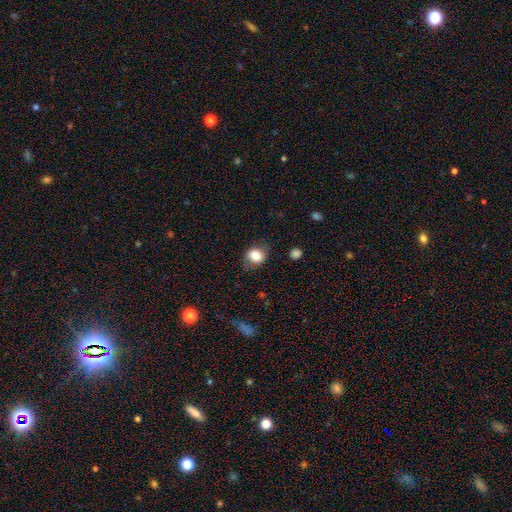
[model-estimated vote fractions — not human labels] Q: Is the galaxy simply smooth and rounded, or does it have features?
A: smooth — 79%.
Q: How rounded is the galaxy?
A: round — 63%.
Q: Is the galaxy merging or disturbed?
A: none — 74%.